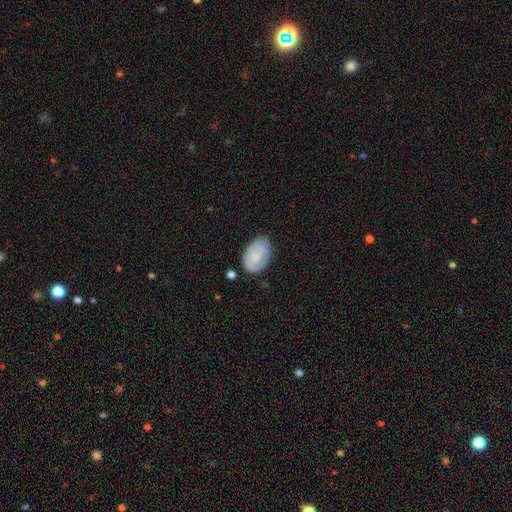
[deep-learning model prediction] Morphology: type=smooth (64%); roundness=in between (88%); merging=none (68%).